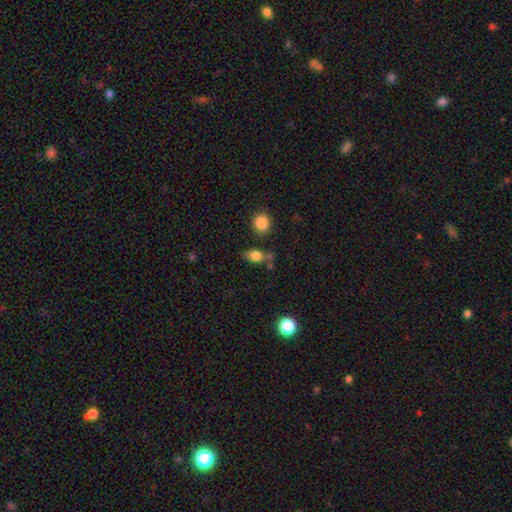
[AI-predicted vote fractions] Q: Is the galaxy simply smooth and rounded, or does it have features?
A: smooth — 81%.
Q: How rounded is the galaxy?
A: in between — 68%.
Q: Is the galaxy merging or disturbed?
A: none — 60%.